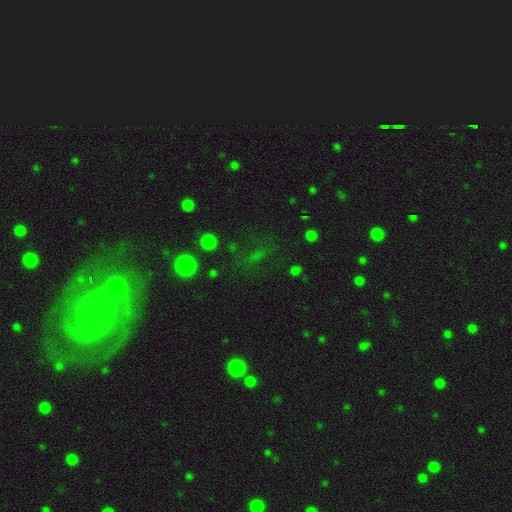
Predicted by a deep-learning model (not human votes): star or artifact 54%, smooth 32%, featured or disk 14%.